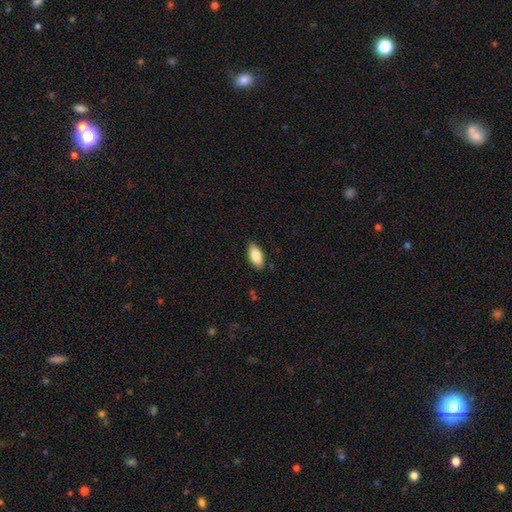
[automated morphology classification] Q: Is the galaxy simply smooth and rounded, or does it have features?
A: smooth — 83%.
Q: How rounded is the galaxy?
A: in between — 89%.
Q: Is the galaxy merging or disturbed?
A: none — 85%.